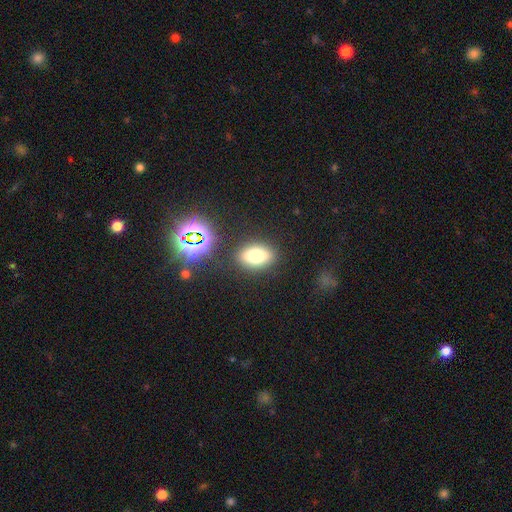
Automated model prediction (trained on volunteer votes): The model was most divided on "smooth or featured": smooth: 69%, star or artifact: 16%, featured or disk: 15%. More confident: merging — none (85%); how rounded — in between (82%).